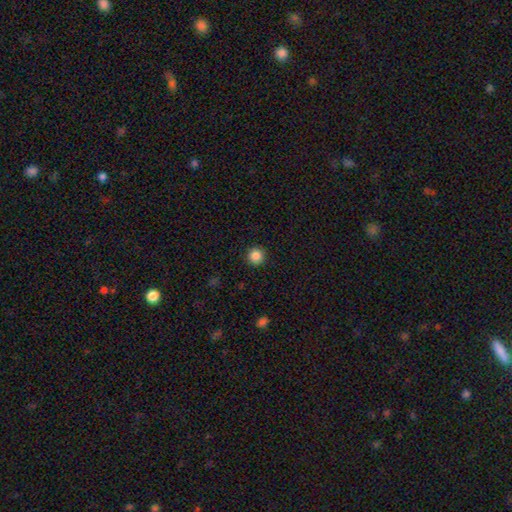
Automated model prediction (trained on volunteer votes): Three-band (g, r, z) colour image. It shows a smooth galaxy with no disk features (86%) that is round (95%). Merging: none (93%).